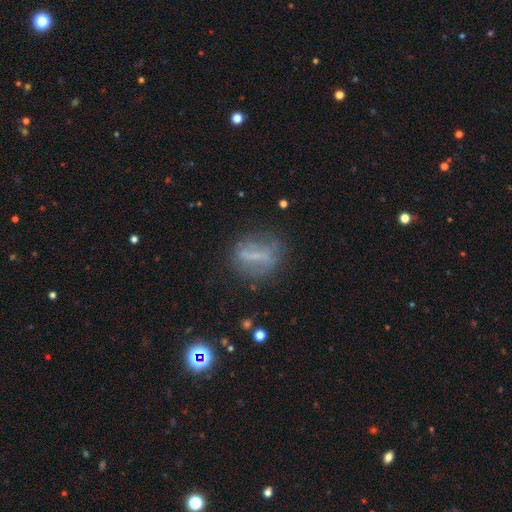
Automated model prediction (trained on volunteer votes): Overall: featured or disk (44%; smooth 41%). Merging: none (66%).